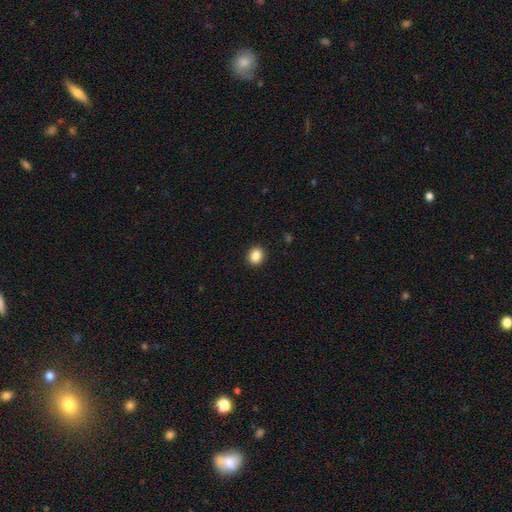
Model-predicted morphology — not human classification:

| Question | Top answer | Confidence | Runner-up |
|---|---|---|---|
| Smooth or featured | smooth | 86% | star or artifact (10%) |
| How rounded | round | 71% | in between (28%) |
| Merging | none | 92% | minor disturbance (5%) |